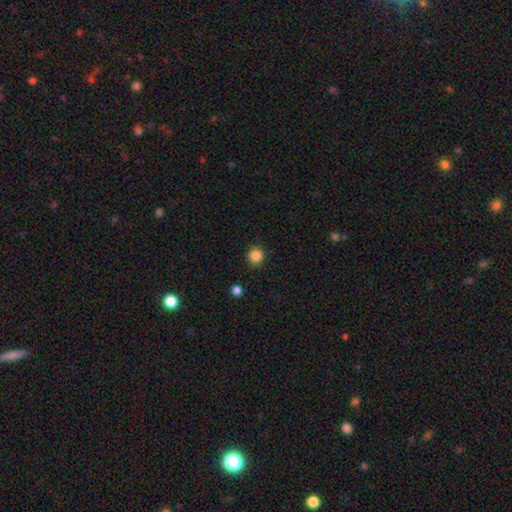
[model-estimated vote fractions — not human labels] This is clearly a smooth galaxy (86%). How rounded: clearly round (91%). Merging: clearly none (90%).